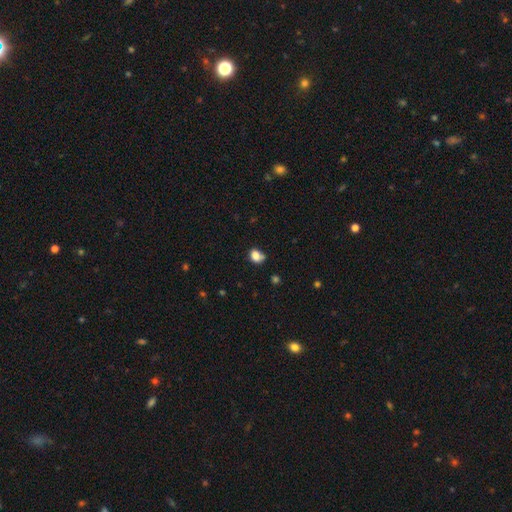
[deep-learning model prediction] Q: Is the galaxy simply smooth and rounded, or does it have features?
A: smooth — 80%.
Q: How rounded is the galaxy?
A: in between — 51%.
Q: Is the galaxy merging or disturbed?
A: none — 50%.